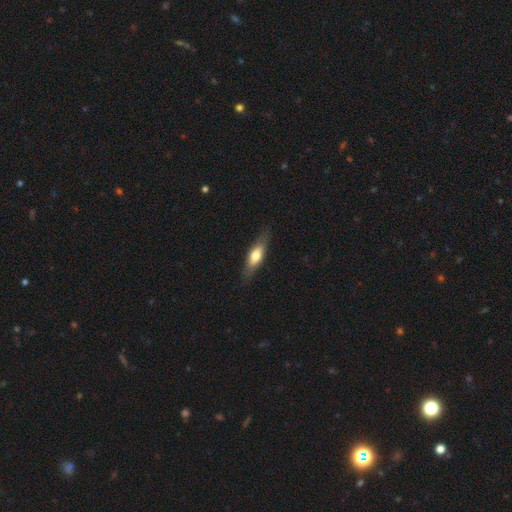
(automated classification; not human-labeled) Overall: smooth (59%; featured or disk 35%). How rounded: cigar-shaped (53%; in between 45%). Merging: none (82%).